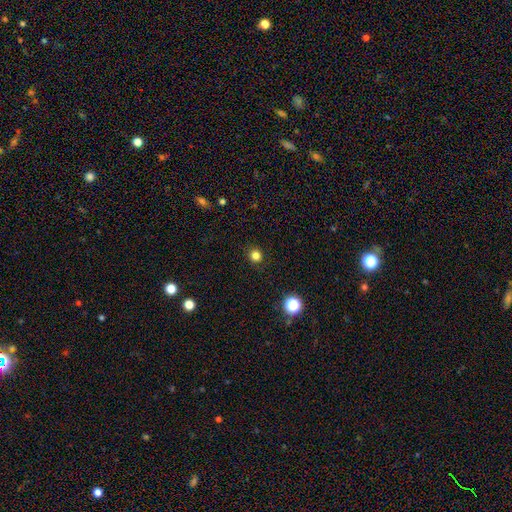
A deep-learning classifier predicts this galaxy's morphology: Q: Smooth or featured?
A: smooth (81%); runner-up: star or artifact (15%)
Q: How rounded?
A: round (91%); runner-up: in between (8%)
Q: Merging?
A: none (90%); runner-up: minor disturbance (7%)